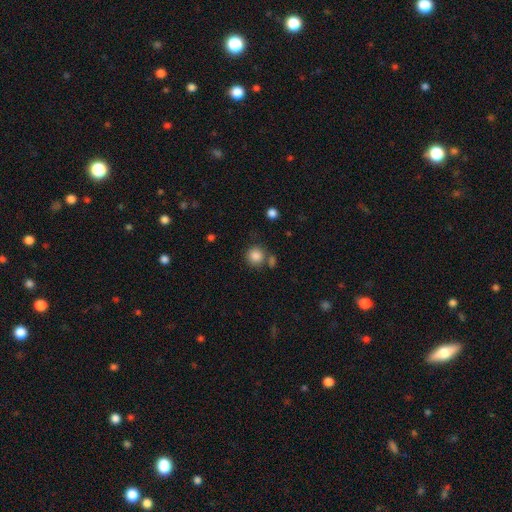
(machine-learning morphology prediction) A smooth galaxy with no disk features (85%) that is round (91%). Merging: none (70%).